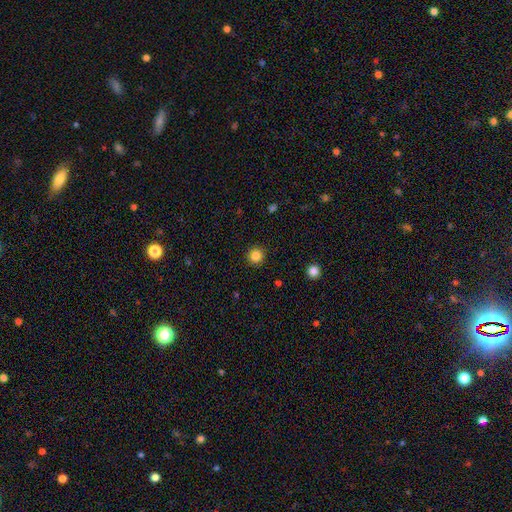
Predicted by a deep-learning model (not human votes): This is clearly a smooth galaxy (84%). How rounded: clearly round (95%). Merging: clearly none (92%).